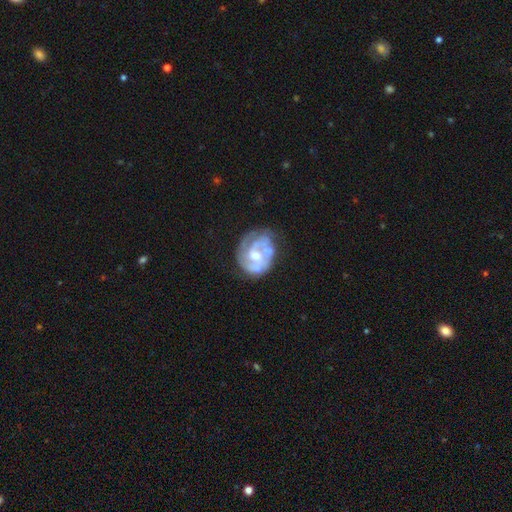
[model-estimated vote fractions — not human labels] A featured or disk galaxy (79%) with no bar (69%), 2 (35%) tight (52%) spiral arms (79%) and a moderate central bulge (64%). Merging: none (52%).